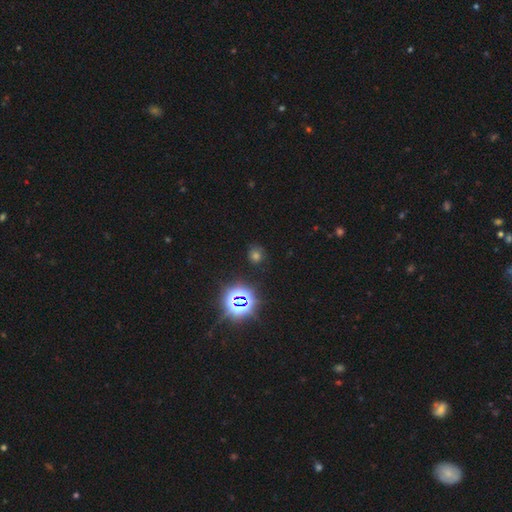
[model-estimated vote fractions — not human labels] This appears to be a smooth galaxy with no disk features (50%). Merging: none (85%).